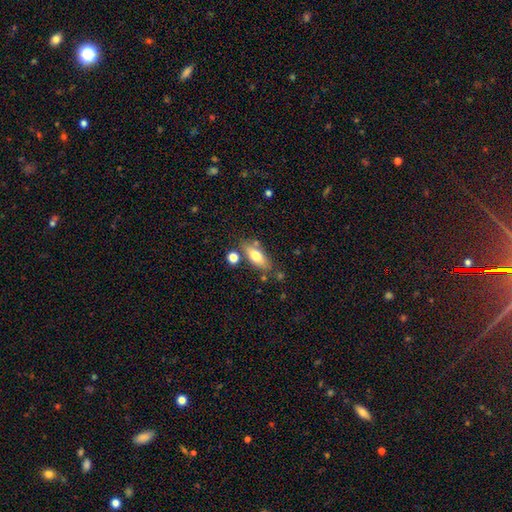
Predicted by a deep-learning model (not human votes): Smooth or featured: smooth — 68% (featured or disk — 24%)
How rounded: in between — 71% (cigar-shaped — 25%)
Merging: none — 72% (minor disturbance — 15%)